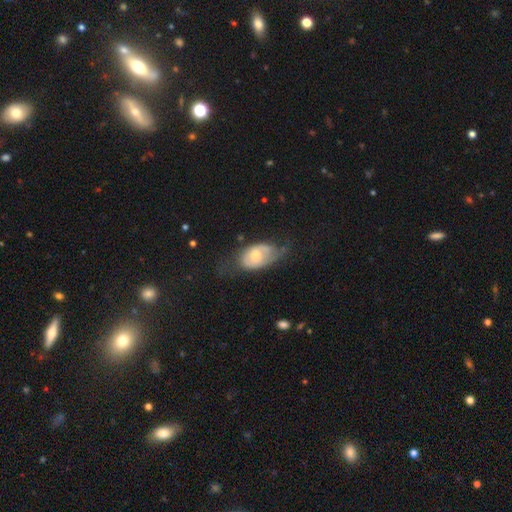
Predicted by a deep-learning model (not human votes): smooth_or_featured: smooth (p=0.47) [alt: featured or disk p=0.46]
merging: none (p=0.38) [alt: minor disturbance p=0.33]